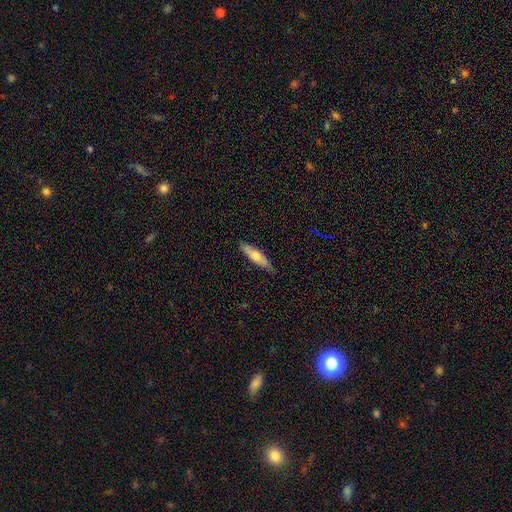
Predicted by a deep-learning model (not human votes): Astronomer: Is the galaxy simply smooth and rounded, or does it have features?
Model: smooth — 65%.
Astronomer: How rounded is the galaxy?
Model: cigar-shaped — 66%.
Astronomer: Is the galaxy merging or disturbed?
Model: none — 84%.